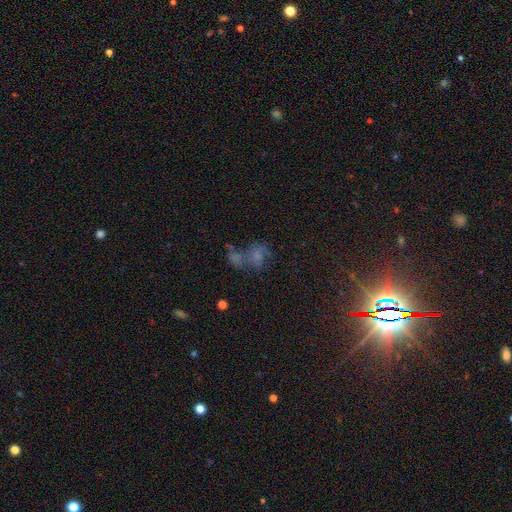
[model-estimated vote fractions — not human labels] Smooth or featured? Predicted: featured or disk (p=0.37). Merging? Predicted: merger (p=0.36).